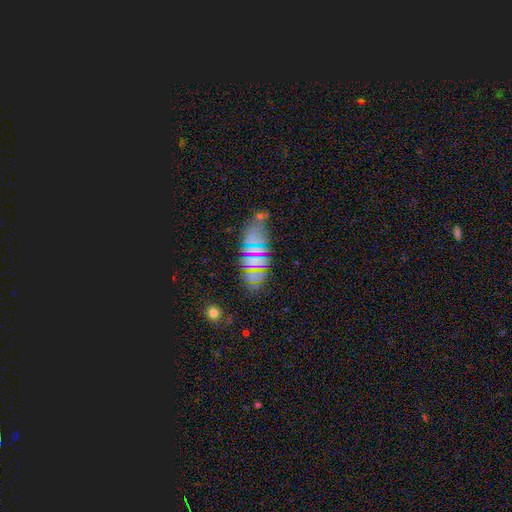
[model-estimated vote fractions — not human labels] Smooth or featured: star or artifact — 47% (smooth — 28%)